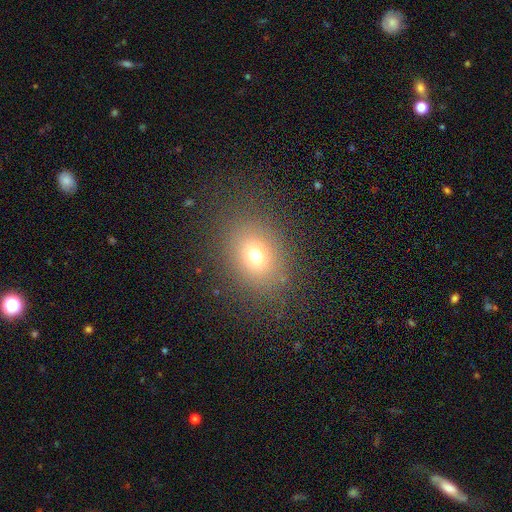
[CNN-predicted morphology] Smooth or featured? Predicted: smooth (p=0.70). How rounded? Predicted: in between (p=0.50). Merging? Predicted: none (p=0.83).